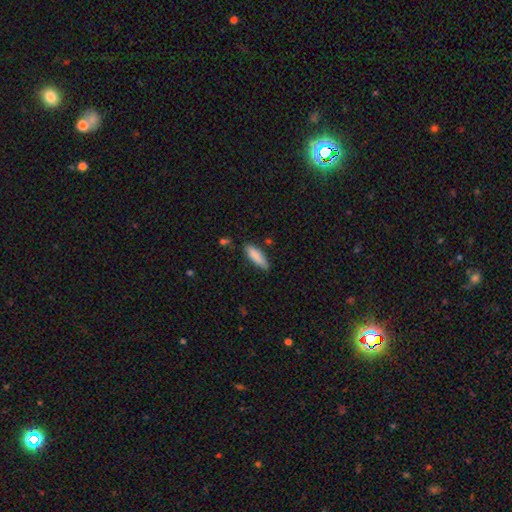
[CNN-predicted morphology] This appears to be a smooth galaxy with no disk features (87%) that is cigar-shaped (56%). Merging: none (80%).